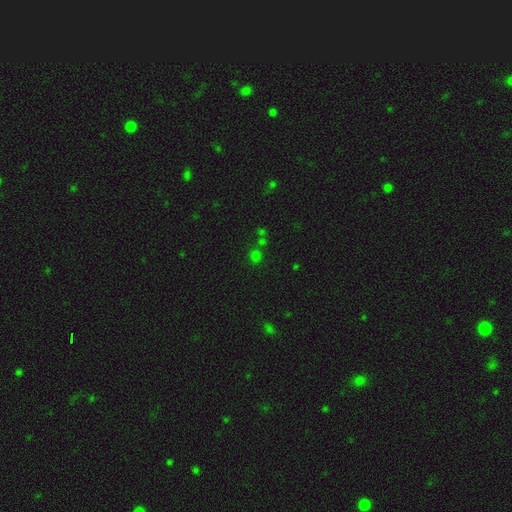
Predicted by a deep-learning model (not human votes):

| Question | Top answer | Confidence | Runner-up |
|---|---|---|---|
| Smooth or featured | smooth | 58% | star or artifact (36%) |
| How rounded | round | 85% | in between (14%) |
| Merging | none | 67% | merger (20%) |